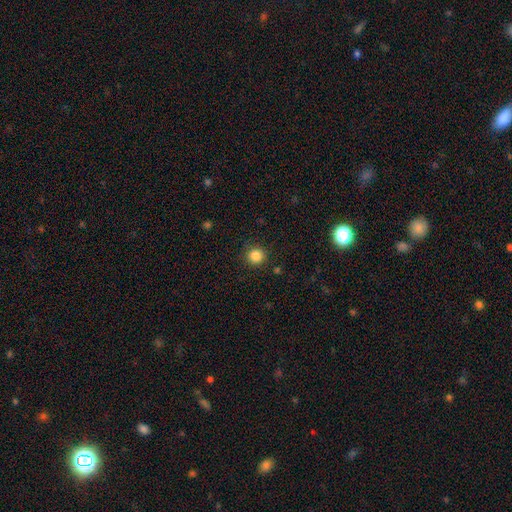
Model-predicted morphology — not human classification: Smooth or featured?
  - smooth: 85% *
  - star or artifact: 11%
  - featured or disk: 4%
How rounded?
  - round: 93% *
  - in between: 6%
  - cigar-shaped: 1%
Merging?
  - none: 89% *
  - minor disturbance: 7%
  - major disturbance: 2%
  - merger: 1%